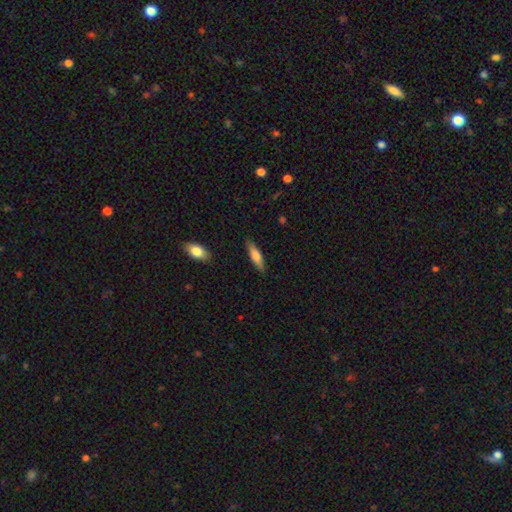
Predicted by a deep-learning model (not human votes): smooth-or-featured: smooth: 73% | featured or disk: 21% | star or artifact: 6%
  how-rounded: cigar-shaped: 60% | in between: 38% | round: 2%
  merging: none: 86% | minor disturbance: 10% | major disturbance: 2% | merger: 2%